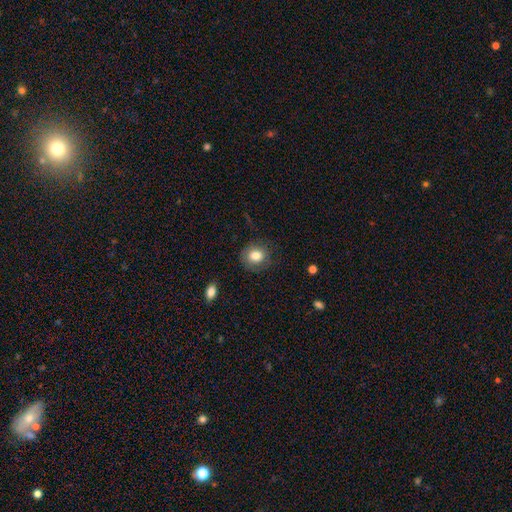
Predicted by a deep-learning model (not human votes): The model was most divided on "how rounded": round: 78%, in between: 21%, cigar-shaped: 1%. More confident: smooth or featured — smooth (80%); merging — none (78%).